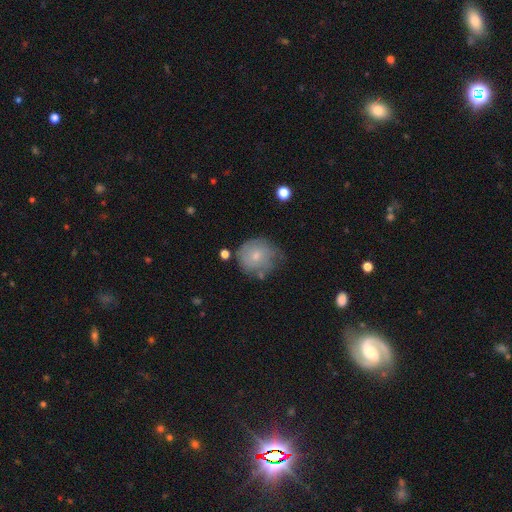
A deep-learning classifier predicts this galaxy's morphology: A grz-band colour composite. It shows a smooth galaxy with no disk features (61%) that is round (86%). Merging: none (54%).